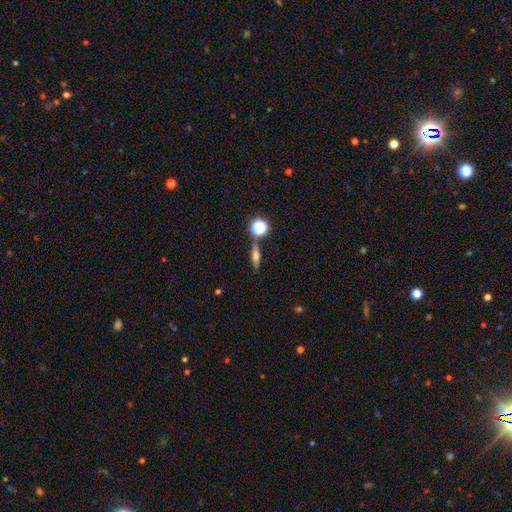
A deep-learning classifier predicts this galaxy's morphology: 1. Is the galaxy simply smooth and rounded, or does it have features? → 44% smooth, 42% featured or disk, 14% star or artifact.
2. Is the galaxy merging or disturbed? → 80% none, 10% minor disturbance, 8% merger, 3% major disturbance.